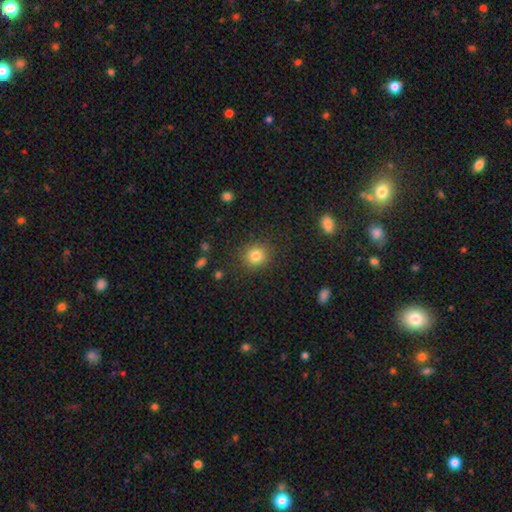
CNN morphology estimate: smooth 82%, star or artifact 12%, featured or disk 6%. Down the decision tree: how rounded — round (86%); merging — none (88%).